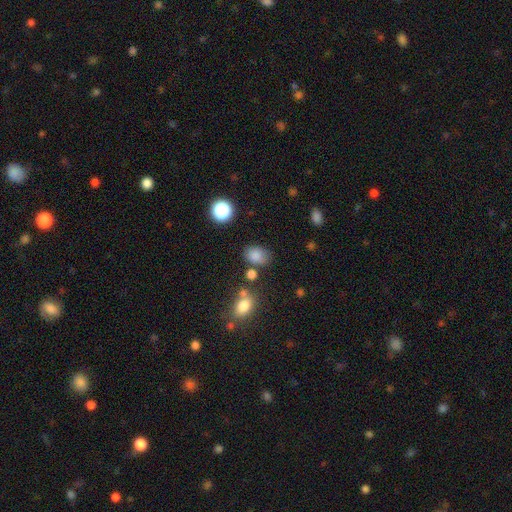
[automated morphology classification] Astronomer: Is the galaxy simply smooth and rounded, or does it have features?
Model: smooth — 81%.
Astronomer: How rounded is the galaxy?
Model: in between — 71%.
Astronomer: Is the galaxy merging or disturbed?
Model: none — 67%.